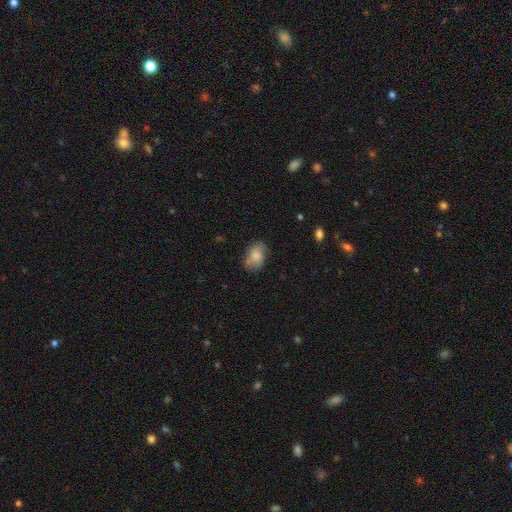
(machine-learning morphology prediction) This is likely a smooth galaxy (74%). How rounded: likely in between (80%). Merging: likely none (64%).